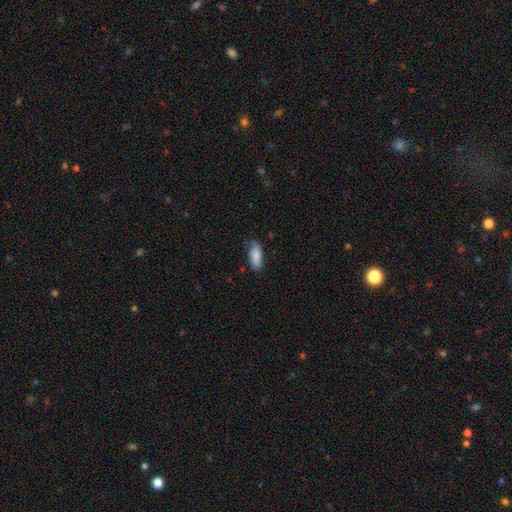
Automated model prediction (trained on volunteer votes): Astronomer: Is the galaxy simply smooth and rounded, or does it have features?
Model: smooth — 84%.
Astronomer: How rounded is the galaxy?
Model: in between — 80%.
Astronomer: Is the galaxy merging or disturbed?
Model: none — 71%.